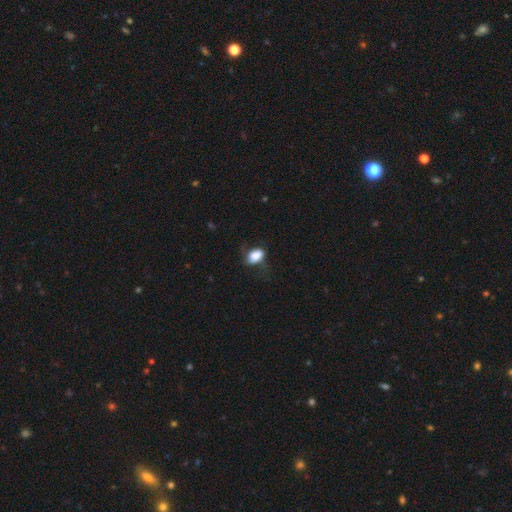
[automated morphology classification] Smooth or featured? Predicted: smooth (p=0.80). How rounded? Predicted: in between (p=0.86). Merging? Predicted: none (p=0.48).